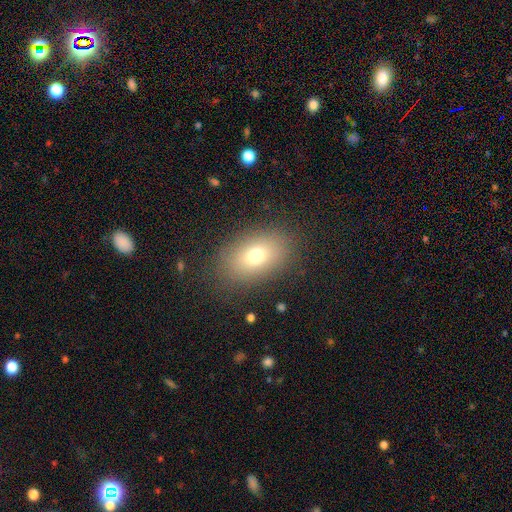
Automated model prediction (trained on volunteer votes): This appears to be a smooth galaxy with no disk features (74%) that is in between round and cigar-shaped (85%). Merging: none (84%).